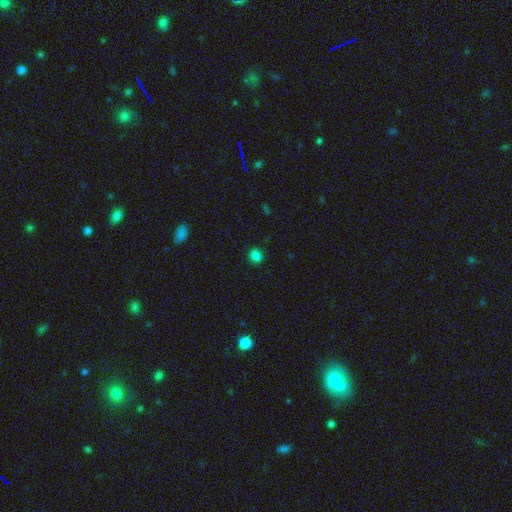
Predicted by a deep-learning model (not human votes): The model was most divided on "how rounded": round: 68%, in between: 31%, cigar-shaped: 1%. More confident: merging — none (89%); smooth or featured — smooth (82%).